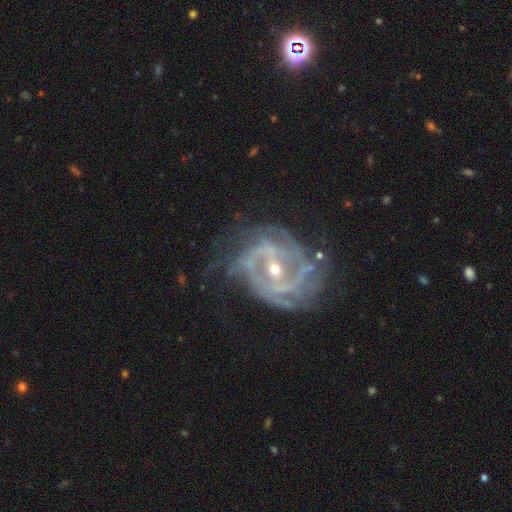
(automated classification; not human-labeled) The model was most divided on "spiral arm count": 2: 31%, can't tell: 28%, 3: 17%, 4: 11%, more than 4: 7%, 1: 6%. Remaining: edge-on disk — no (97%); spiral arms — yes (94%); smooth or featured — featured or disk (89%); merging — none (59%); bulge size — small (59%); spiral winding — tight (56%); bar — strong (40%).